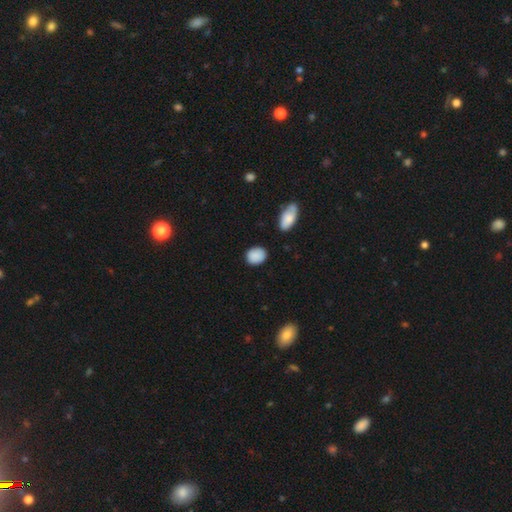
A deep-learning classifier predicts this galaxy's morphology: The model was most divided on "how rounded": round: 54%, in between: 44%, cigar-shaped: 1%. More confident: smooth or featured — smooth (89%); merging — none (84%).